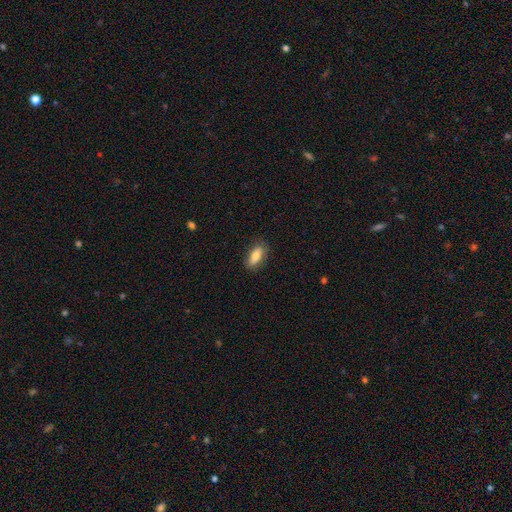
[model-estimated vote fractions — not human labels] A smooth galaxy with no disk features (79%) that is in between round and cigar-shaped (80%).

Vote fractions:
- Smooth or featured? smooth: 79% / featured or disk: 14% / star or artifact: 7%
- How rounded? in between: 80% / cigar-shaped: 17% / round: 3%
- Merging? none: 82% / minor disturbance: 14% / major disturbance: 3% / merger: 1%